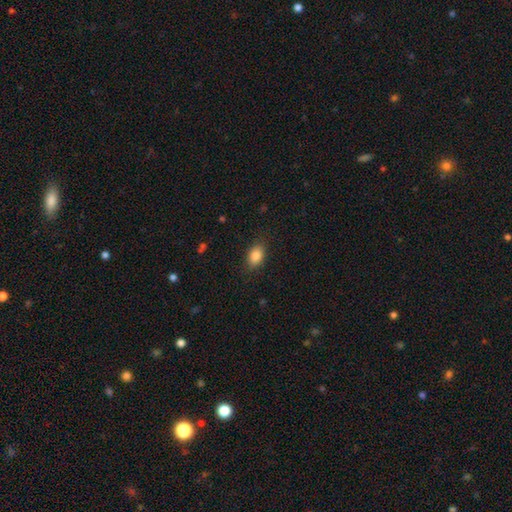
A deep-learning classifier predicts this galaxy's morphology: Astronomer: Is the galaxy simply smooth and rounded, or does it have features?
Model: smooth — 85%.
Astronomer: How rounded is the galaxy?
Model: in between — 84%.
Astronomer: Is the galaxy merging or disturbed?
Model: none — 84%.